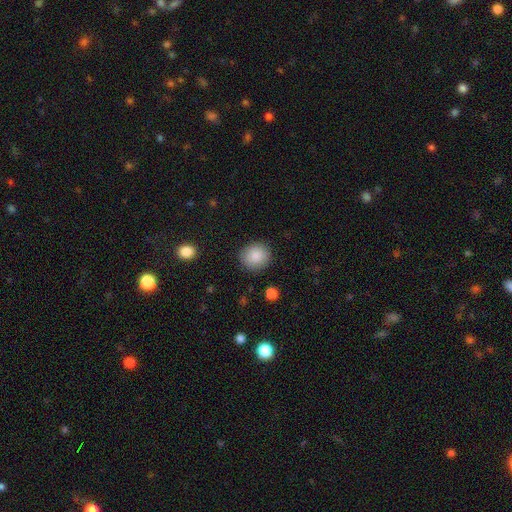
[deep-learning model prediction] Smooth or featured? smooth (87%)
How rounded? round (86%)
Merging? none (88%)